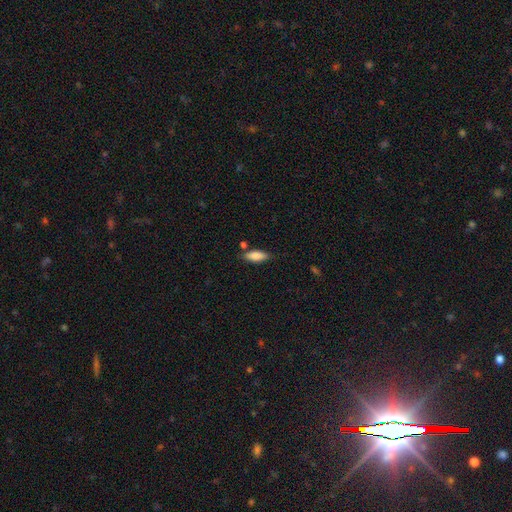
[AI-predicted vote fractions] This appears to be a smooth galaxy with no disk features (85%) that is in between round and cigar-shaped (76%). Merging: none (74%).